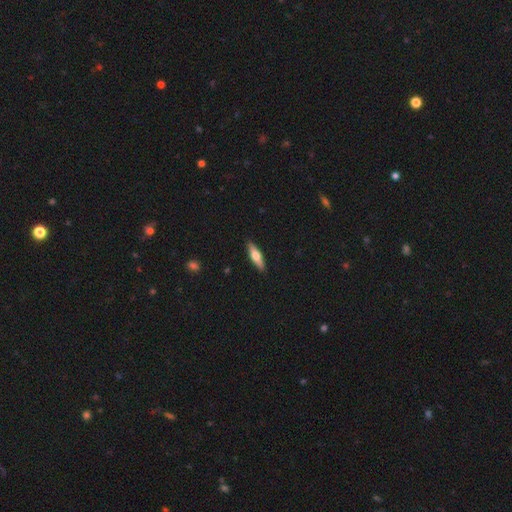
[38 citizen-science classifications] A smooth galaxy with no disk features (50%) that is cigar-shaped (68%). Merging: none (89%).